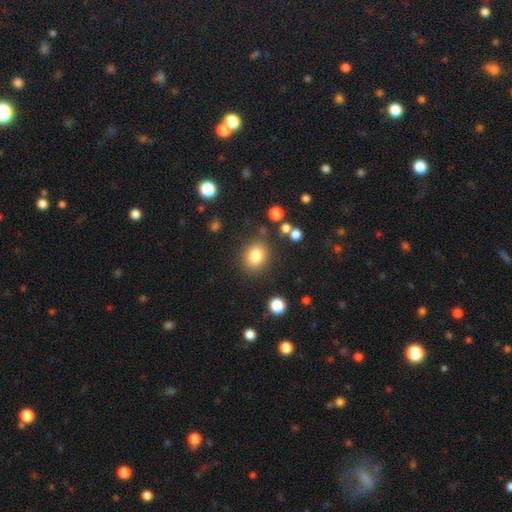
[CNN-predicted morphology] A smooth galaxy with no disk features (81%) that is round (71%).

Vote fractions:
- Smooth or featured? smooth: 81% / star or artifact: 11% / featured or disk: 8%
- How rounded? round: 71% / in between: 28% / cigar-shaped: 1%
- Merging? none: 82% / minor disturbance: 10% / major disturbance: 4% / merger: 4%